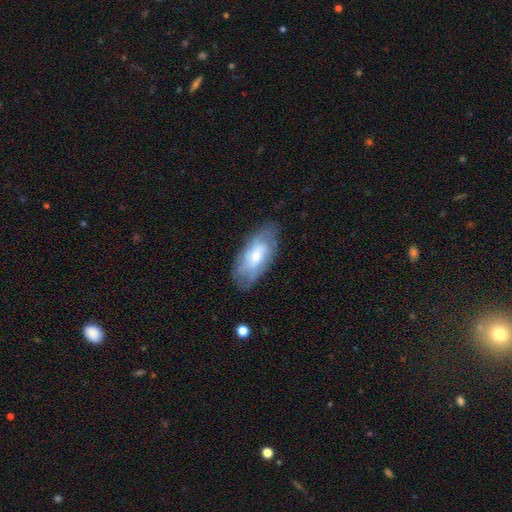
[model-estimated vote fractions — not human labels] A smooth galaxy with no disk features (47%). Merging: none (72%).